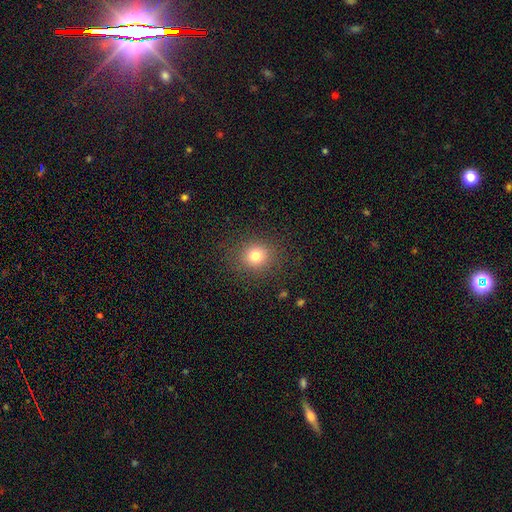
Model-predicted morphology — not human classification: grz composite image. It shows a smooth galaxy with no disk features (78%) that is round (82%). Merging: none (87%).